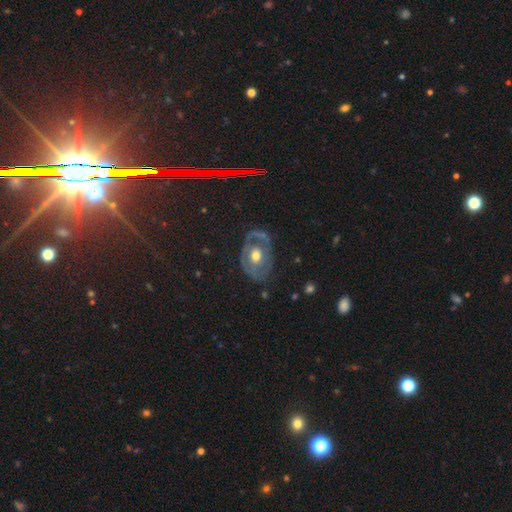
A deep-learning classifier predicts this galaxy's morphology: smooth_or_featured: featured or disk (p=0.60) [alt: smooth p=0.32]
disk_edge_on: no (p=0.94) [alt: yes p=0.06]
bar: no (p=0.77) [alt: weak p=0.18]
has_spiral_arms: no (p=0.60) [alt: yes p=0.40]
bulge_size: moderate (p=0.76) [alt: large p=0.11]
merging: none (p=0.58) [alt: minor disturbance p=0.25]